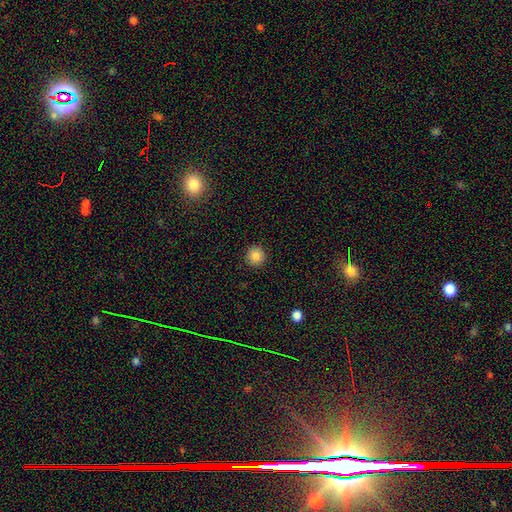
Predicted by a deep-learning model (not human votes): The model was most divided on "smooth or featured": smooth: 87%, star or artifact: 10%, featured or disk: 4%. More confident: how rounded — round (95%); merging — none (92%).